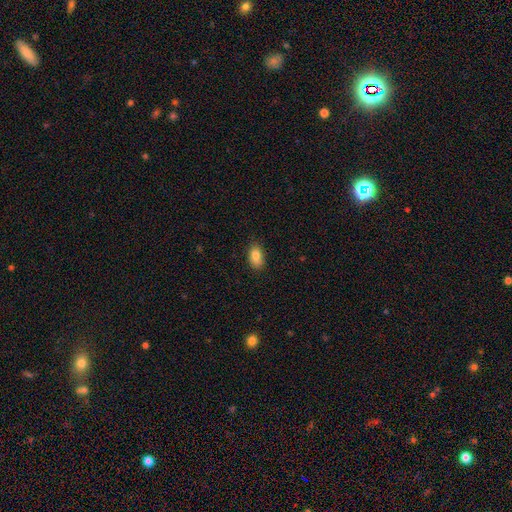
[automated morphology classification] Overall: smooth (84%). How rounded: in between (89%). Merging: none (83%).